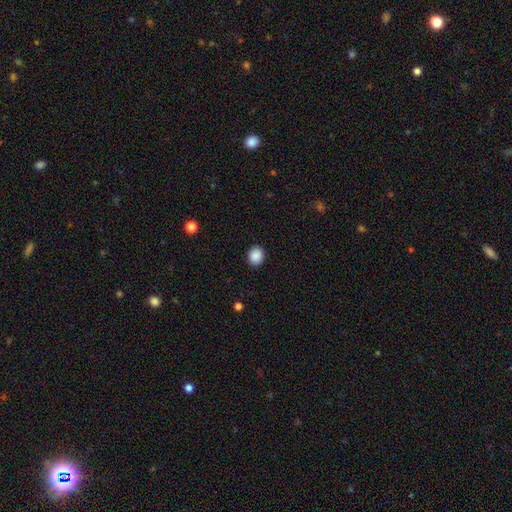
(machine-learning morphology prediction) This is clearly a smooth galaxy (89%). How rounded: likely round (74%). Merging: clearly none (91%).